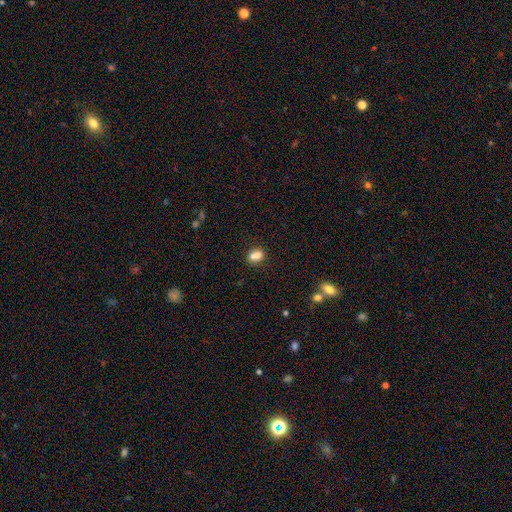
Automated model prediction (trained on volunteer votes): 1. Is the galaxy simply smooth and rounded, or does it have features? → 80% smooth, 11% star or artifact, 9% featured or disk.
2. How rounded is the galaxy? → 62% in between, 36% round, 3% cigar-shaped.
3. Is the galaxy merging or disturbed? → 56% none, 24% merger, 15% minor disturbance, 5% major disturbance.